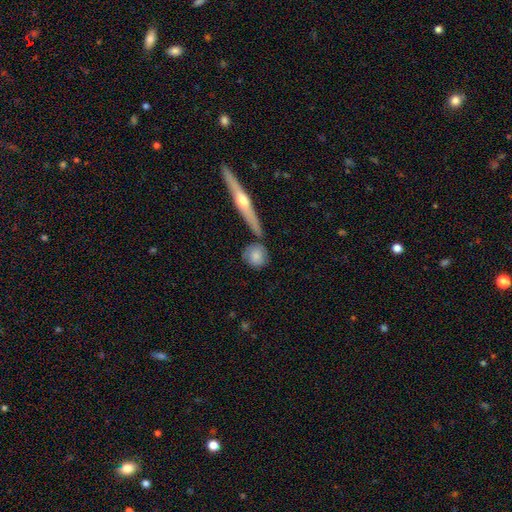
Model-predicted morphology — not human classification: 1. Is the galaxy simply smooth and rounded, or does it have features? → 74% smooth, 20% featured or disk, 7% star or artifact.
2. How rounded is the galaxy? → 79% round, 14% in between, 7% cigar-shaped.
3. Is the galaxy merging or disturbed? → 66% none, 15% minor disturbance, 14% merger, 5% major disturbance.